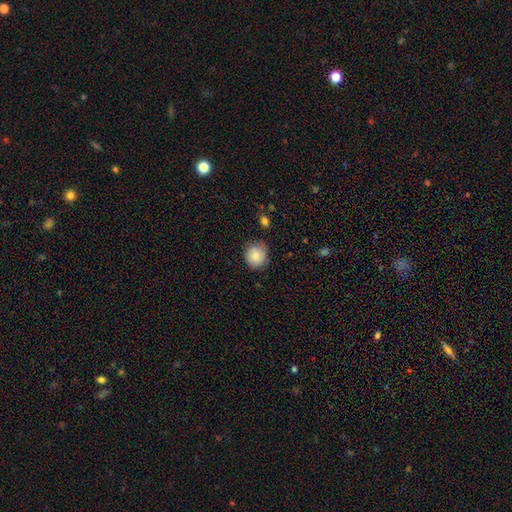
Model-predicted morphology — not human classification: A smooth galaxy with no disk features (80%) that is round (84%).

Vote fractions:
- Smooth or featured? smooth: 80% / featured or disk: 12% / star or artifact: 8%
- How rounded? round: 84% / in between: 15% / cigar-shaped: 1%
- Merging? none: 77% / minor disturbance: 18% / major disturbance: 3% / merger: 2%